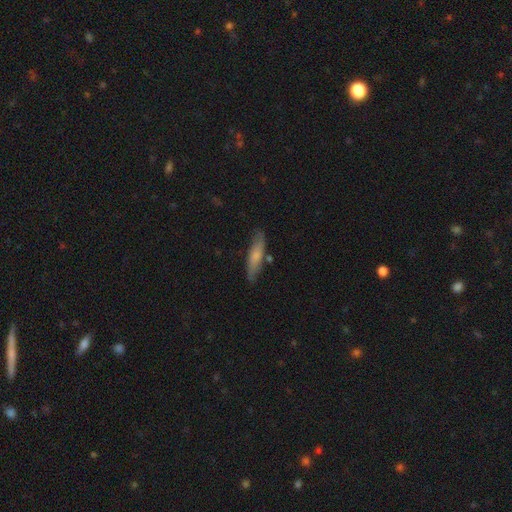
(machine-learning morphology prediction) smooth_or_featured: smooth (p=0.63) [alt: featured or disk p=0.31]
how_rounded: cigar-shaped (p=0.72) [alt: in between p=0.26]
merging: none (p=0.75) [alt: minor disturbance p=0.17]